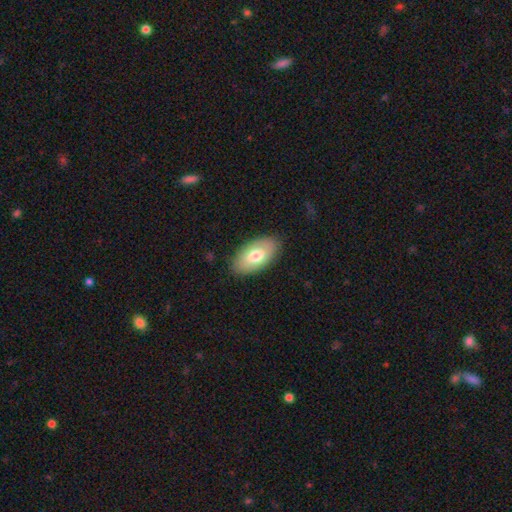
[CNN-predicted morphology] Smooth or featured?
  - smooth: 71% *
  - featured or disk: 23%
  - star or artifact: 6%
How rounded?
  - in between: 94% *
  - round: 3%
  - cigar-shaped: 3%
Merging?
  - none: 85% *
  - minor disturbance: 11%
  - major disturbance: 3%
  - merger: 1%